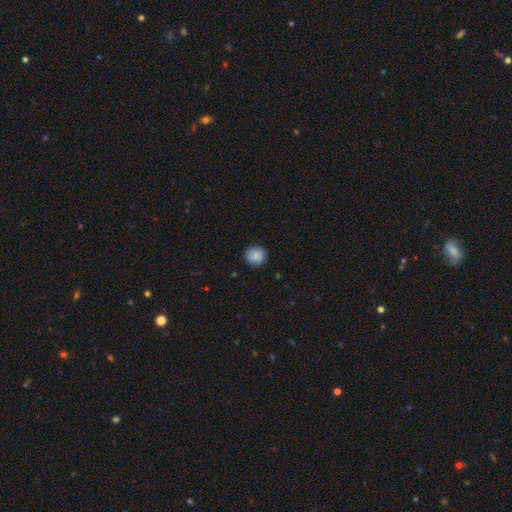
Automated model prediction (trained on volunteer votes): smooth_or_featured: smooth (p=0.85) [alt: star or artifact p=0.08]
how_rounded: round (p=0.85) [alt: in between p=0.14]
merging: none (p=0.85) [alt: minor disturbance p=0.12]